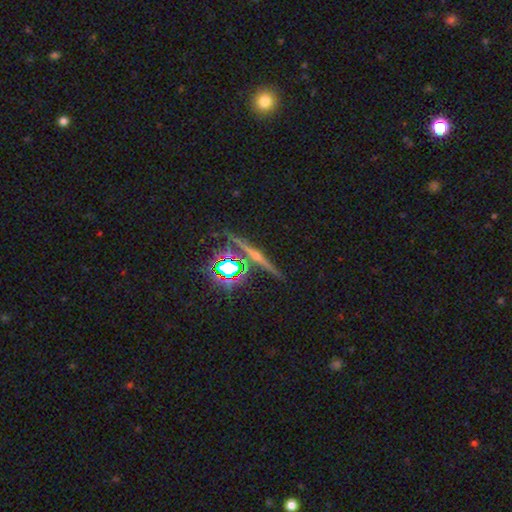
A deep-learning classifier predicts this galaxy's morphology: The model was most divided on "smooth or featured": featured or disk: 54%, star or artifact: 31%, smooth: 15%. More confident: edge-on disk — yes (94%); merging — none (86%); edge-on bulge — rounded (83%).